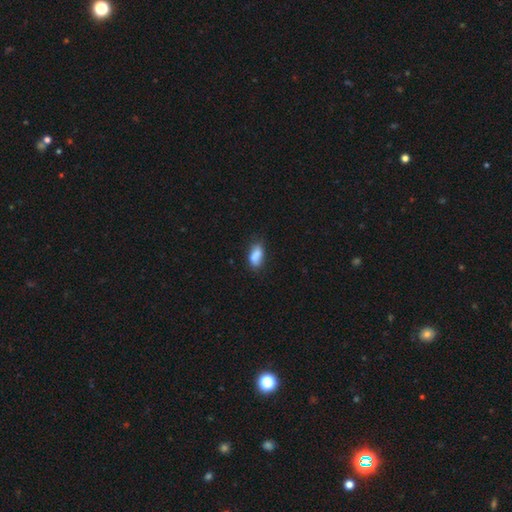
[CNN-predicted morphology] smooth 83%, featured or disk 9%, star or artifact 8%. Down the decision tree: how rounded — in between (86%); merging — none (62%).